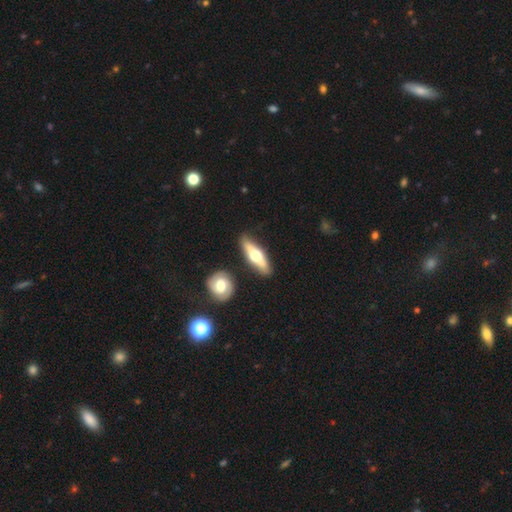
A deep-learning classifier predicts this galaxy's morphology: Smooth or featured? featured or disk (52%)
Edge-on disk? yes (85%)
Merging? none (84%)